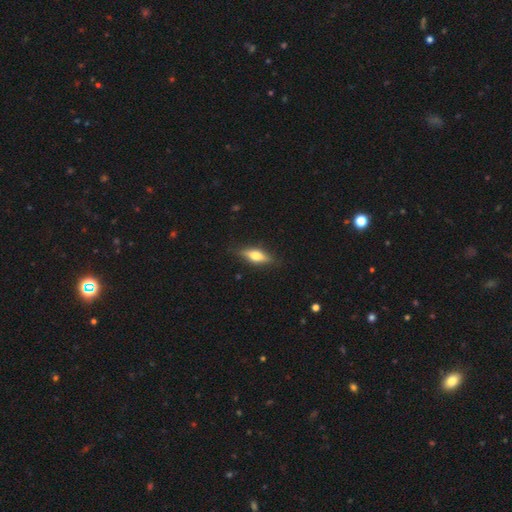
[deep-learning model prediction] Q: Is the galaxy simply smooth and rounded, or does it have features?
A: smooth — 51%.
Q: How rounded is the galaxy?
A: in between — 53%.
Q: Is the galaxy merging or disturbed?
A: none — 83%.